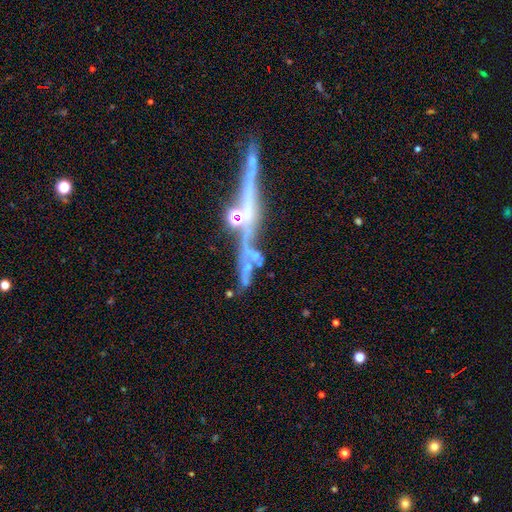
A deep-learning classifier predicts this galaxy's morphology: smooth-or-featured: featured or disk: 44% | star or artifact: 31% | smooth: 25%
  merging: merger: 43% | none: 26% | major disturbance: 20% | minor disturbance: 12%